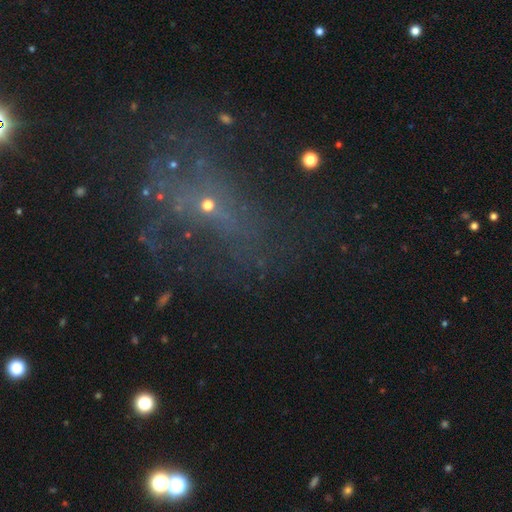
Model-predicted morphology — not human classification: A featured or disk galaxy (39%).

Vote fractions:
- Smooth or featured? featured or disk: 39% / star or artifact: 38% / smooth: 23%
- Merging? none: 48% / major disturbance: 29% / minor disturbance: 17% / merger: 6%